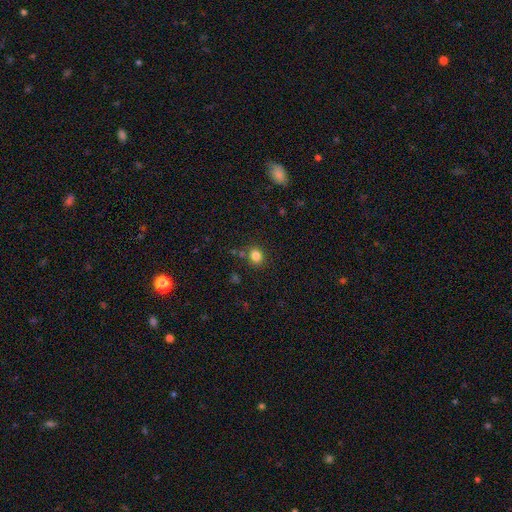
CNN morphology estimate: Smooth or featured?
  - smooth: 83% *
  - star or artifact: 12%
  - featured or disk: 5%
How rounded?
  - round: 58% *
  - in between: 41%
  - cigar-shaped: 1%
Merging?
  - none: 80% *
  - minor disturbance: 11%
  - merger: 6%
  - major disturbance: 4%